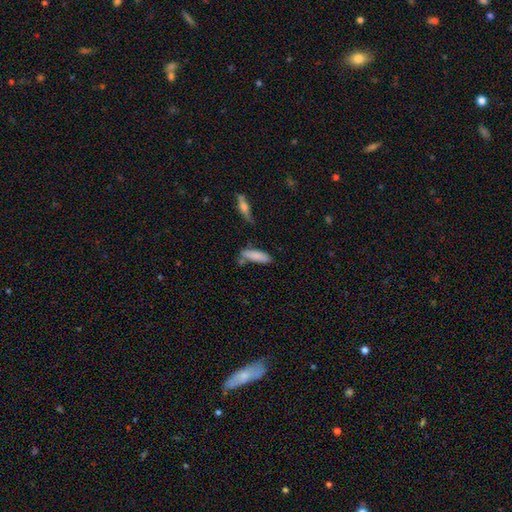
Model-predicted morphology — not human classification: Q: Smooth or featured?
A: smooth (82%); runner-up: featured or disk (12%)
Q: How rounded?
A: cigar-shaped (51%); runner-up: in between (47%)
Q: Merging?
A: none (63%); runner-up: minor disturbance (21%)